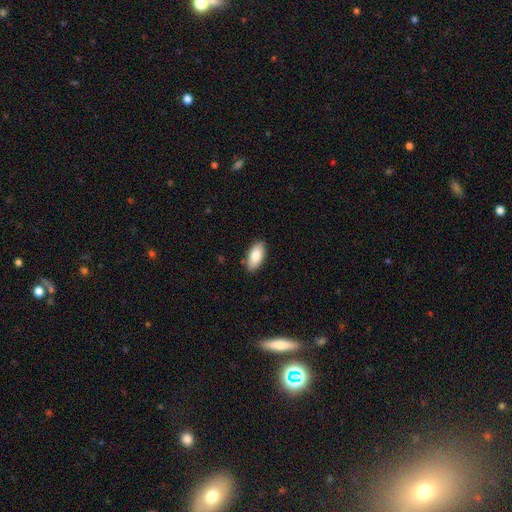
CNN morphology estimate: The model was most divided on "smooth or featured": smooth: 82%, featured or disk: 12%, star or artifact: 6%. More confident: how rounded — in between (91%); merging — none (87%).